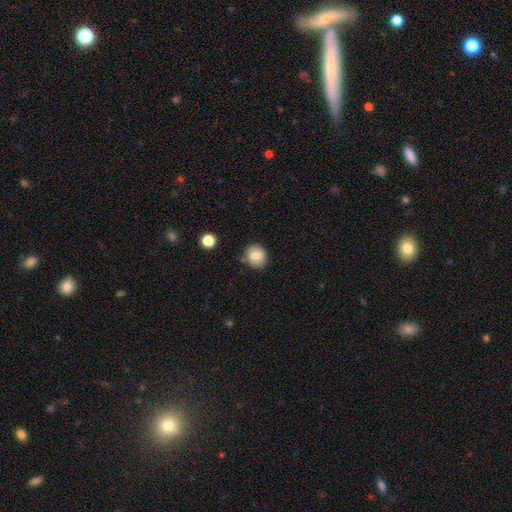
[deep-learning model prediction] A smooth galaxy with no disk features (79%) that is round (75%). Merging: none (81%).